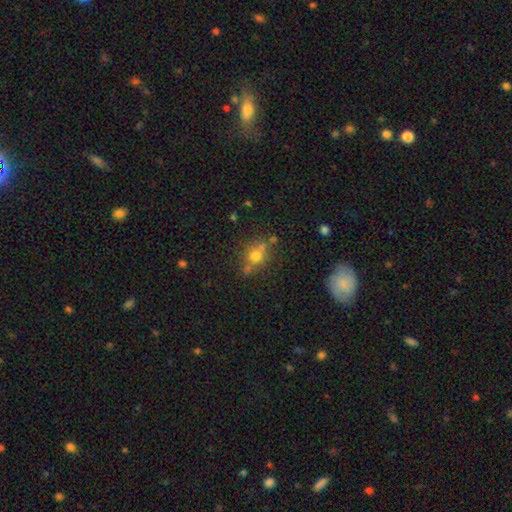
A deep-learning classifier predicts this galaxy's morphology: A smooth galaxy with no disk features (67%) that is round (76%). Merging: none (65%).